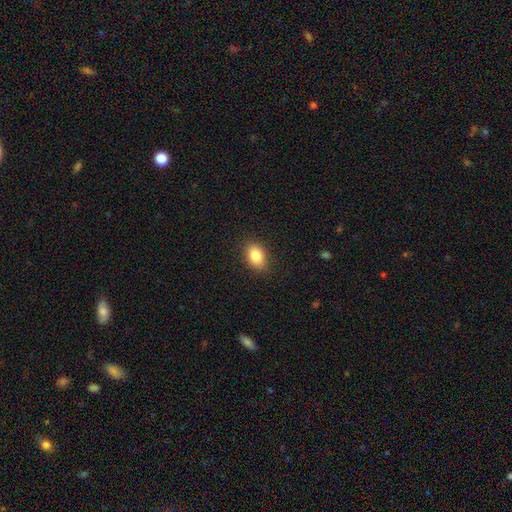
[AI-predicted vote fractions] This is clearly a smooth galaxy (84%). How rounded: likely in between (79%). Merging: clearly none (87%).